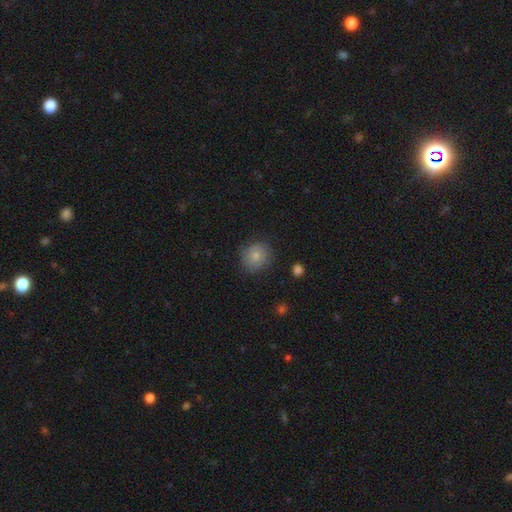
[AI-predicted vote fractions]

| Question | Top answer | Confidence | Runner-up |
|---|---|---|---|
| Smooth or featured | smooth | 78% | featured or disk (12%) |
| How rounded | round | 81% | in between (18%) |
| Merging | none | 79% | minor disturbance (16%) |